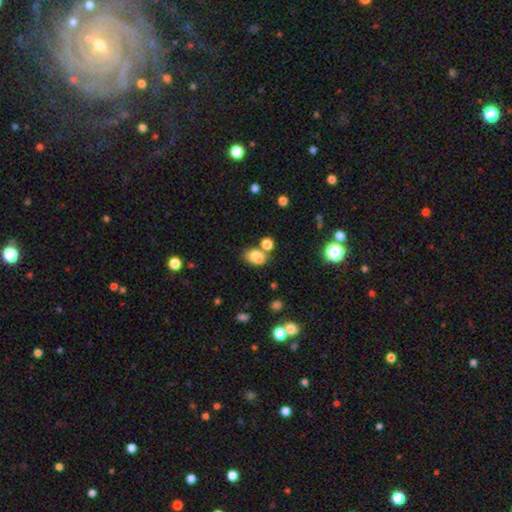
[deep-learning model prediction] This appears to be a smooth galaxy with no disk features (81%) that is in between round and cigar-shaped (76%). Merging: none (54%).